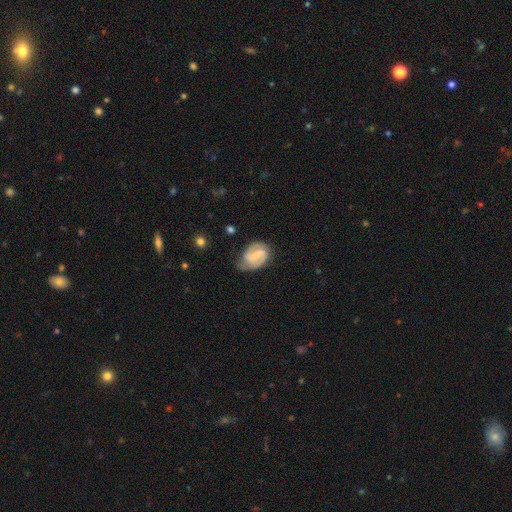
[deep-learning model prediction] Overall: featured or disk (74%). Edge-on disk: no (98%). Bar: weak (49%; strong 33%). Spiral arms: yes (92%). Spiral arm count: 2 (81%). Spiral winding: medium (47%; tight 33%). Bulge size: small (40%; none 38%). Merging: none (56%; minor disturbance 30%).